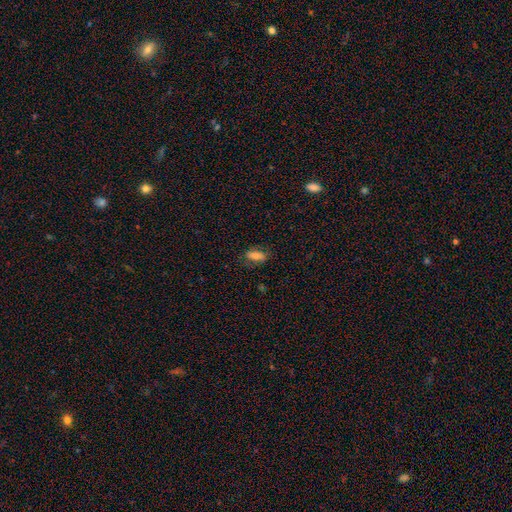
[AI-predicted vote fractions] Overall: smooth (71%). How rounded: in between (83%). Merging: none (79%).